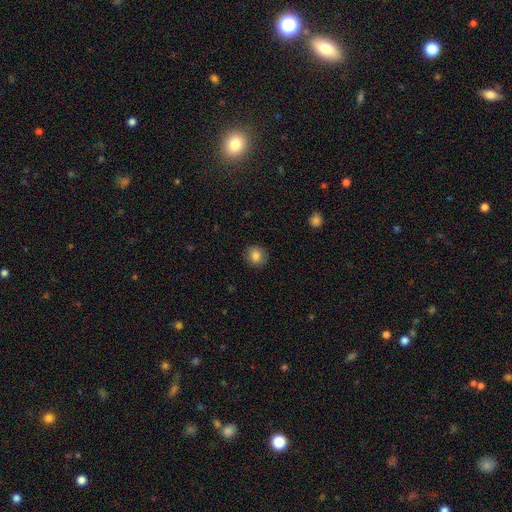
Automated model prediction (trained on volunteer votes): Smooth or featured? Predicted: smooth (p=0.84). How rounded? Predicted: round (p=0.85). Merging? Predicted: none (p=0.89).